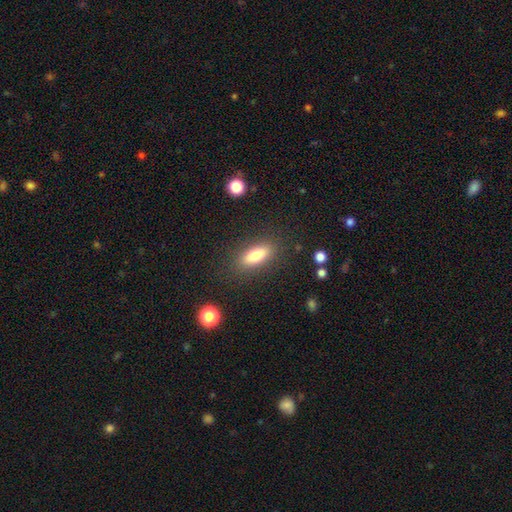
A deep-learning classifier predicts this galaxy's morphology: The model was most divided on "how rounded": in between: 66%, cigar-shaped: 30%, round: 4%. More confident: merging — none (85%); smooth or featured — smooth (73%).